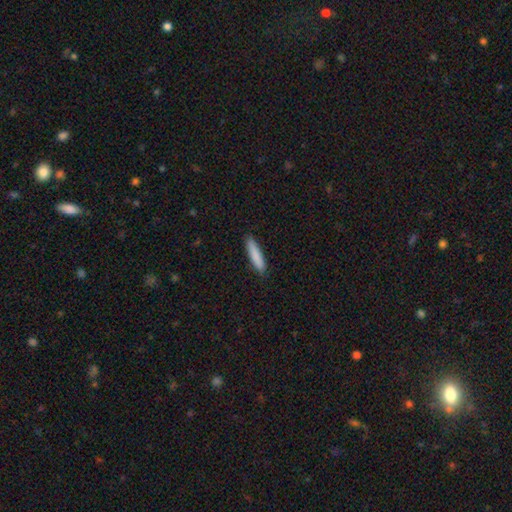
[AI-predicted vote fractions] Q: Smooth or featured?
A: smooth (86%); runner-up: featured or disk (8%)
Q: How rounded?
A: cigar-shaped (83%); runner-up: in between (15%)
Q: Merging?
A: none (89%); runner-up: minor disturbance (9%)